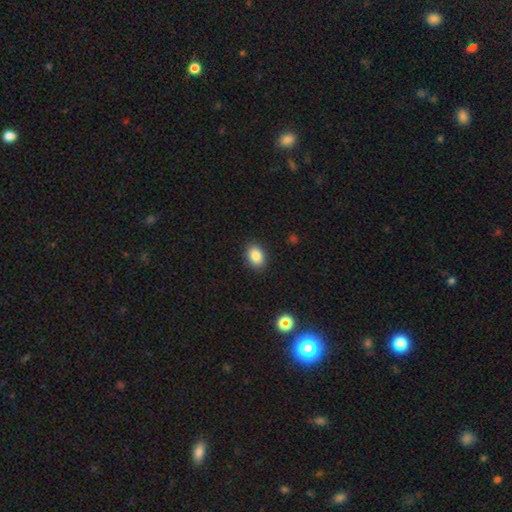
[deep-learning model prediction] smooth_or_featured: smooth (p=0.87) [alt: star or artifact p=0.08]
how_rounded: in between (p=0.80) [alt: round p=0.19]
merging: none (p=0.89) [alt: minor disturbance p=0.08]